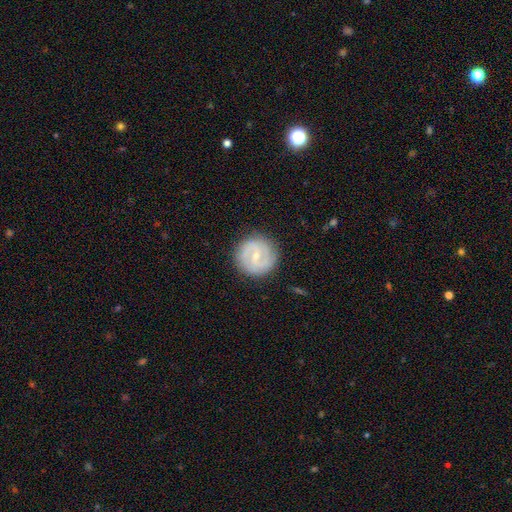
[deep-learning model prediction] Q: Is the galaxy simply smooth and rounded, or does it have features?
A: featured or disk — 76%.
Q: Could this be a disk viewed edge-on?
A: no — 98%.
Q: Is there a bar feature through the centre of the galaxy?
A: weak — 53%.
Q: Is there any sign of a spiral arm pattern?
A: yes — 91%.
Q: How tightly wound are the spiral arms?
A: tight — 51%.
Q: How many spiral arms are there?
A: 2 — 81%.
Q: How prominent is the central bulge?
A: small — 65%.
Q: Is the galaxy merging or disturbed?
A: none — 87%.